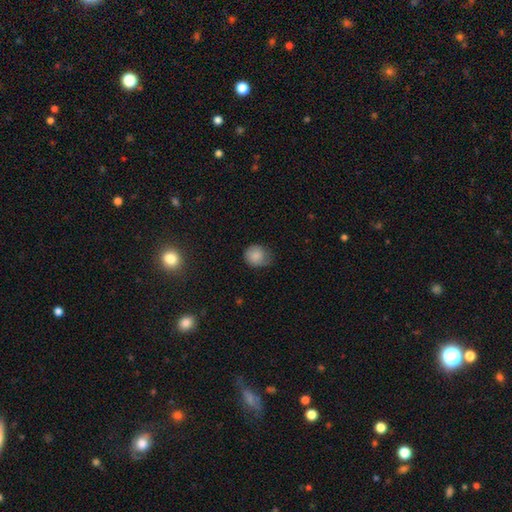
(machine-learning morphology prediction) Smooth or featured: smooth — 82% (featured or disk — 9%)
How rounded: round — 70% (in between — 29%)
Merging: none — 56% (minor disturbance — 34%)